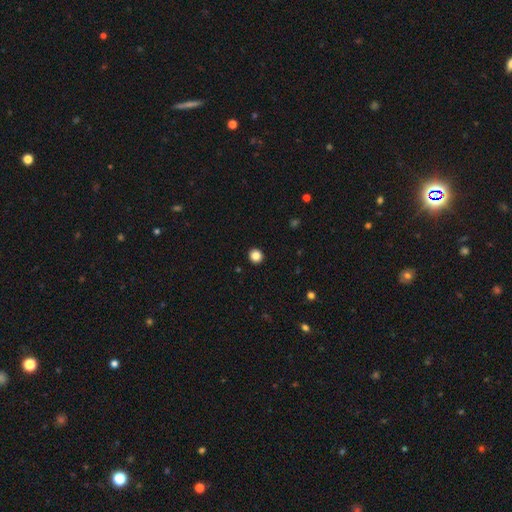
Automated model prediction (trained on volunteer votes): Smooth or featured: smooth — 86% (star or artifact — 11%)
How rounded: round — 92% (in between — 7%)
Merging: none — 94% (minor disturbance — 4%)